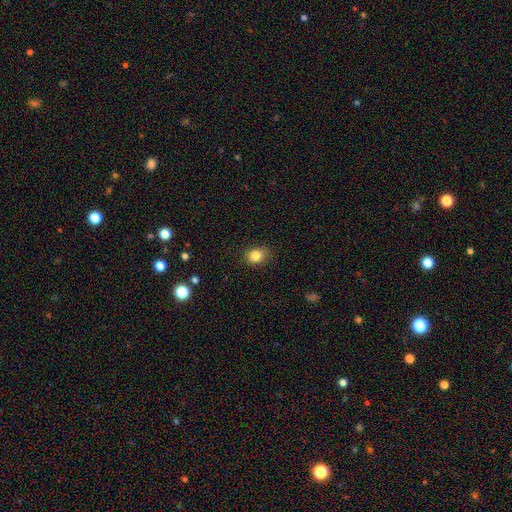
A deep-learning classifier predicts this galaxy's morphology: smooth_or_featured: smooth (p=0.83) [alt: star or artifact p=0.11]
how_rounded: round (p=0.52) [alt: in between p=0.47]
merging: none (p=0.82) [alt: minor disturbance p=0.14]